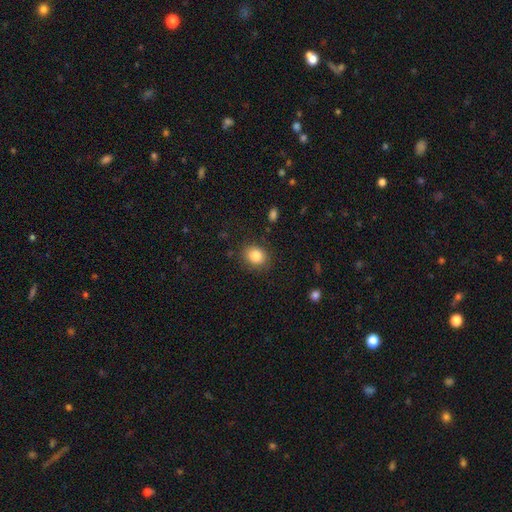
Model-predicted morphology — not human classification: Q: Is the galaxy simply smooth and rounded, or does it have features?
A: smooth — 84%.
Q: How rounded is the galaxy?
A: round — 60%.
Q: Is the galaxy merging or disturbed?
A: none — 85%.